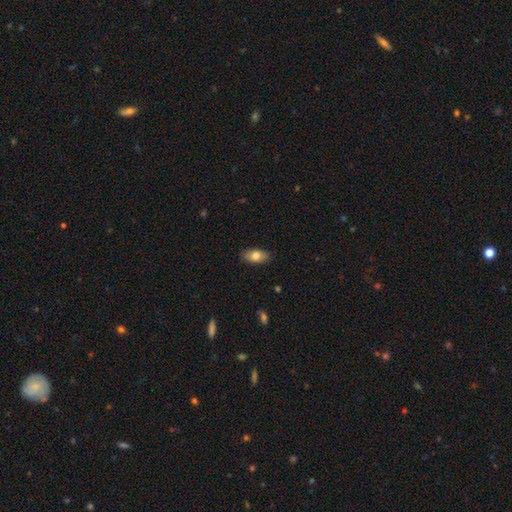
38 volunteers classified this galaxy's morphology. Overall: smooth (84%). How rounded: in between (97%). Merging: none (95%).